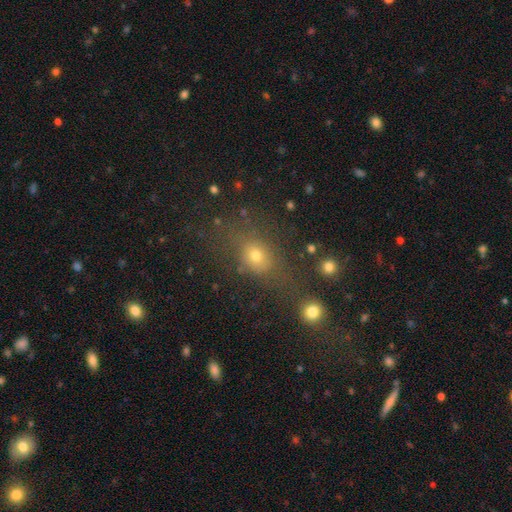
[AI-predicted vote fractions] Smooth or featured?
  - smooth: 66% *
  - star or artifact: 23%
  - featured or disk: 11%
How rounded?
  - round: 50% *
  - in between: 46%
  - cigar-shaped: 4%
Merging?
  - none: 60% *
  - minor disturbance: 15%
  - merger: 14%
  - major disturbance: 11%